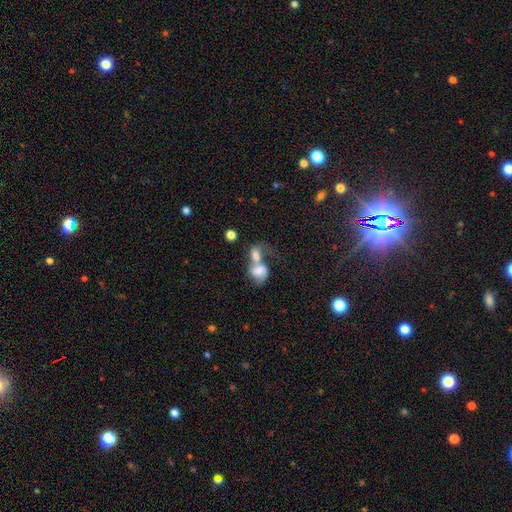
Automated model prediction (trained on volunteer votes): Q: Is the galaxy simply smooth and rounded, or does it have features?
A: smooth — 57%.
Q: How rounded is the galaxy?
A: in between — 60%.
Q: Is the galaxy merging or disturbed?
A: merger — 73%.